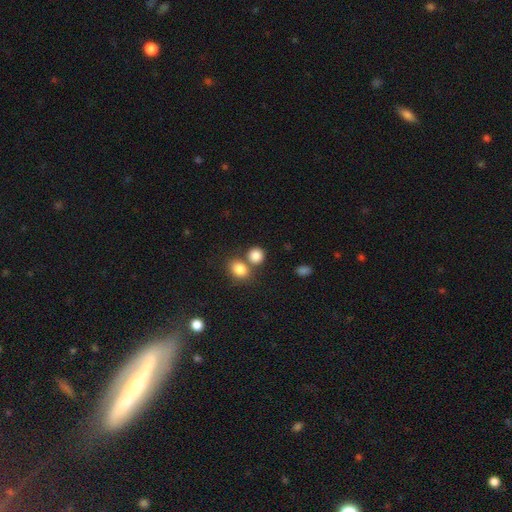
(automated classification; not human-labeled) The model was most divided on "merging": none: 56%, merger: 32%, minor disturbance: 9%, major disturbance: 4%. More confident: smooth or featured — smooth (84%); how rounded — round (77%).